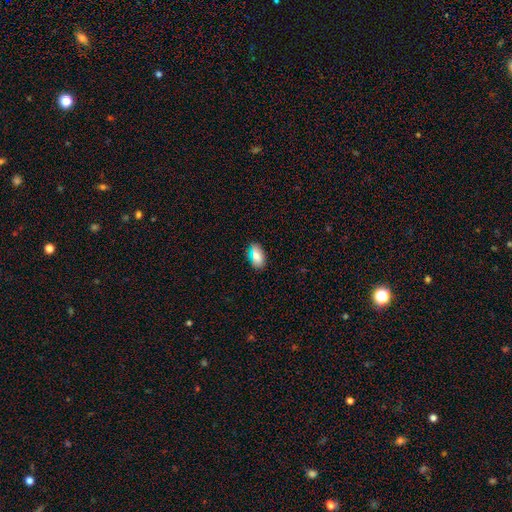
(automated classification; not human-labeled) Smooth or featured? smooth (79%)
How rounded? in between (89%)
Merging? none (81%)